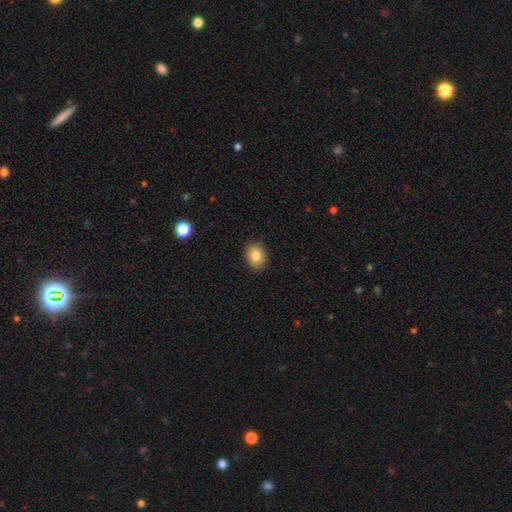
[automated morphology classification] Smooth or featured? Predicted: smooth (p=0.82). How rounded? Predicted: in between (p=0.54). Merging? Predicted: none (p=0.89).